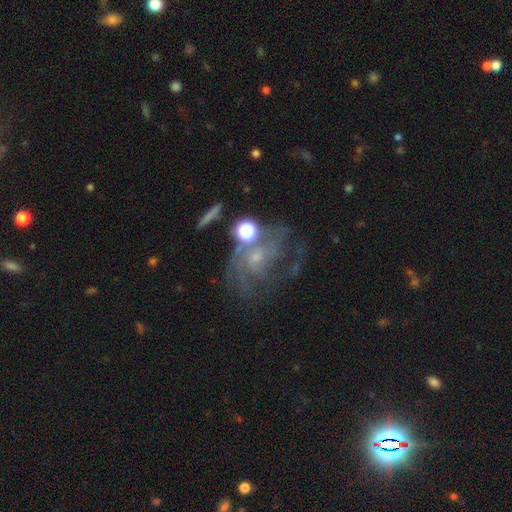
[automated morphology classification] Q: Smooth or featured?
A: featured or disk (74%); runner-up: smooth (15%)
Q: Edge-on disk?
A: no (97%); runner-up: yes (3%)
Q: Bar?
A: no (69%); runner-up: weak (26%)
Q: Spiral arms?
A: yes (84%); runner-up: no (16%)
Q: Spiral winding?
A: medium (43%); runner-up: tight (39%)
Q: Spiral arm count?
A: can't tell (39%); runner-up: 2 (23%)
Q: Bulge size?
A: small (67%); runner-up: moderate (22%)
Q: Merging?
A: none (45%); runner-up: major disturbance (24%)